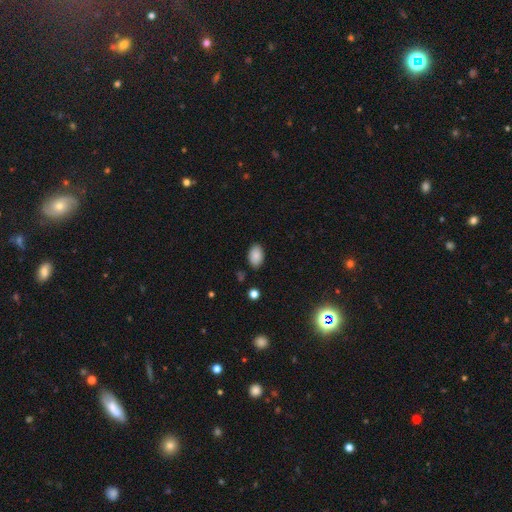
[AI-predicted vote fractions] The model was most divided on "merging": none: 86%, minor disturbance: 10%, major disturbance: 2%, merger: 2%. More confident: how rounded — in between (91%); smooth or featured — smooth (87%).